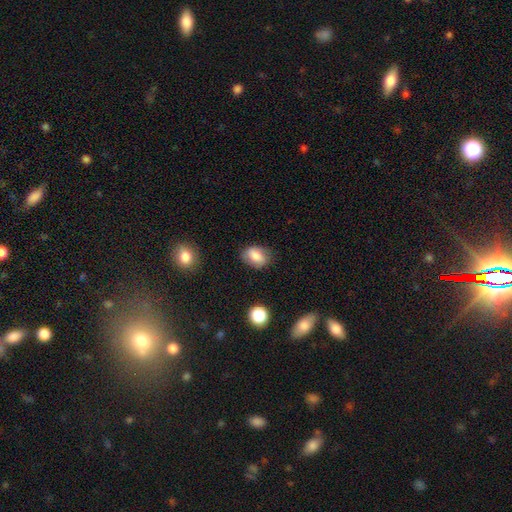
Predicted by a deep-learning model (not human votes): A smooth galaxy with no disk features (77%) that is in between round and cigar-shaped (76%).

Vote fractions:
- Smooth or featured? smooth: 77% / featured or disk: 15% / star or artifact: 9%
- How rounded? in between: 76% / round: 22% / cigar-shaped: 1%
- Merging? none: 74% / minor disturbance: 19% / major disturbance: 5% / merger: 2%